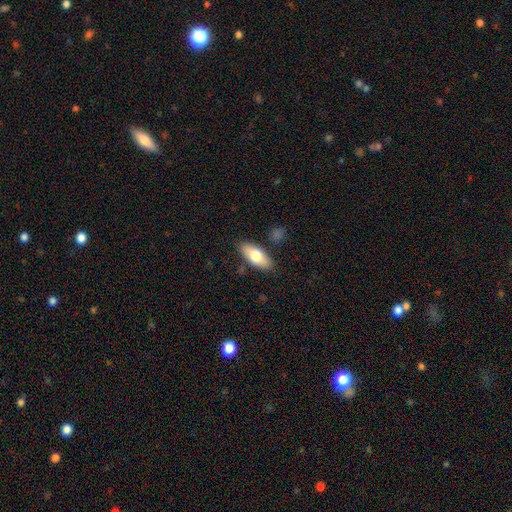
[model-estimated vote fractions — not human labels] This appears to be a smooth galaxy with no disk features (72%) that is in between round and cigar-shaped (81%). Merging: none (84%).